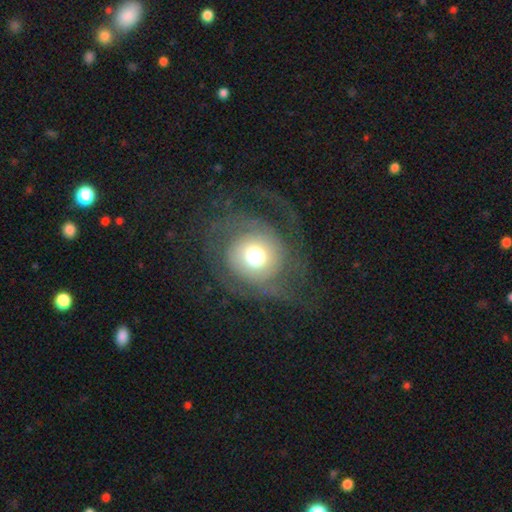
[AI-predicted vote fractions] featured or disk 56%, smooth 33%, star or artifact 11%. Down the decision tree: edge-on disk — no (97%); bar — no (86%); spiral arms — yes (70%); bulge size — moderate (51%); merging — none (63%).